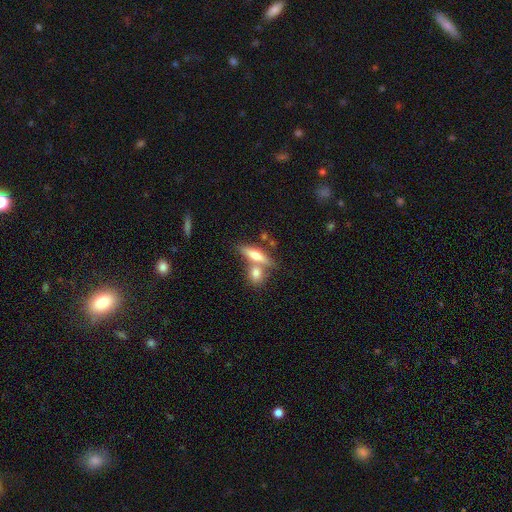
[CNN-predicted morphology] type=smooth (57%); roundness=cigar-shaped (60%); merging=none (52%).